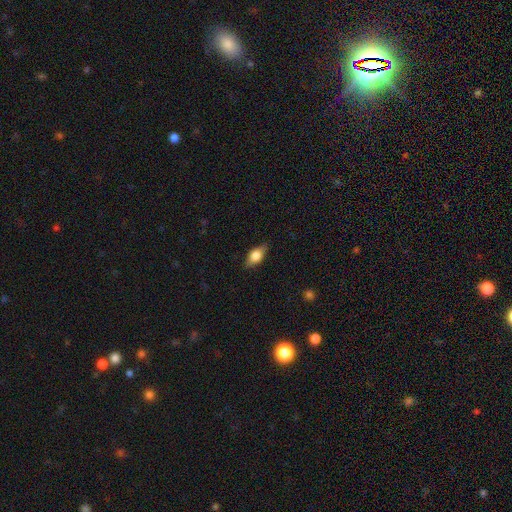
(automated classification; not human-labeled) This is likely a smooth galaxy (68%). How rounded: clearly in between (82%). Merging: clearly none (83%).